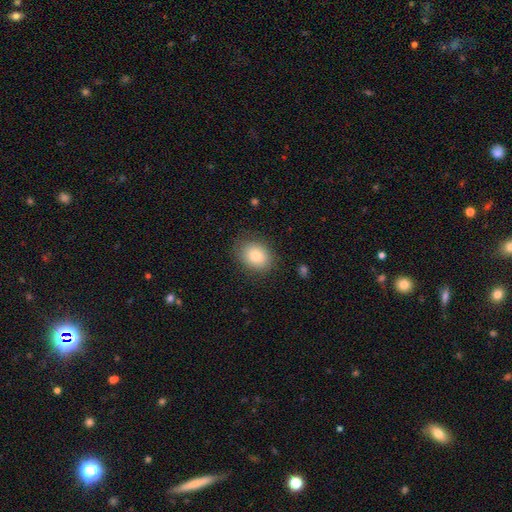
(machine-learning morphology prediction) The model was most divided on "how rounded": in between: 63%, round: 36%, cigar-shaped: 1%. More confident: merging — none (83%); smooth or featured — smooth (82%).